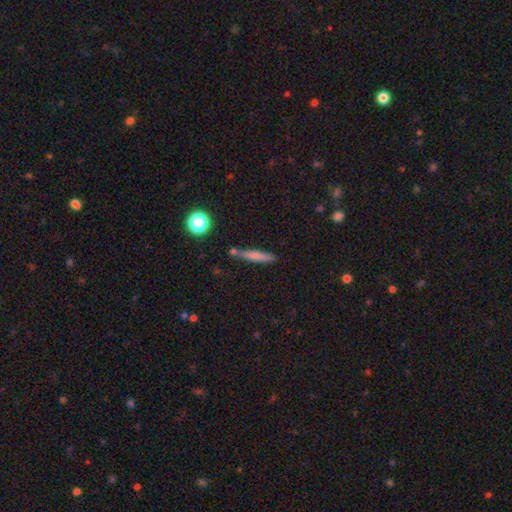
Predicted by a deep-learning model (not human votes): A smooth galaxy with no disk features (63%) that is cigar-shaped (89%). Merging: none (75%).